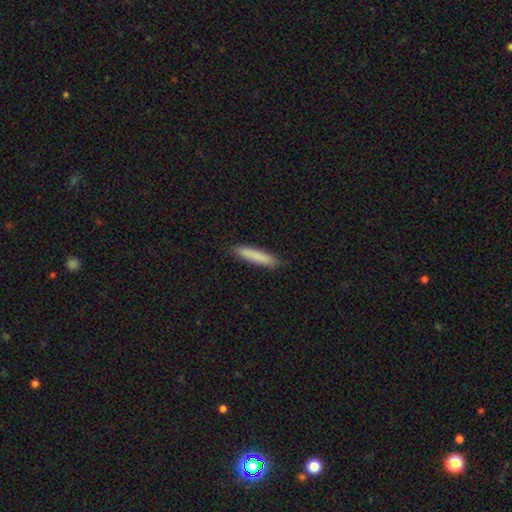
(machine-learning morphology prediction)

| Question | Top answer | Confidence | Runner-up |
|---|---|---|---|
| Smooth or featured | smooth | 85% | featured or disk (9%) |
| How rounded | cigar-shaped | 89% | in between (10%) |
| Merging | none | 89% | minor disturbance (8%) |